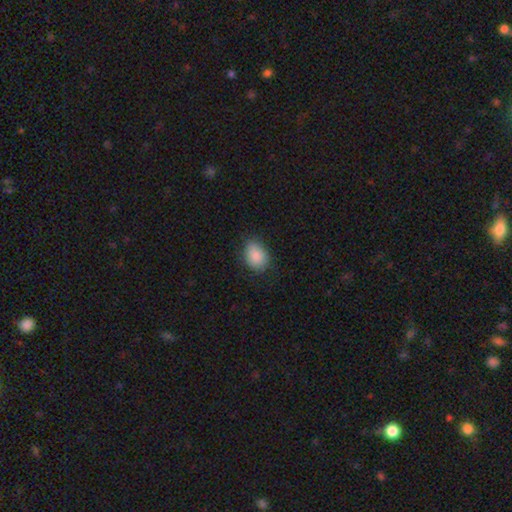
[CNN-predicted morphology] Smooth or featured: smooth — 87% (star or artifact — 8%)
How rounded: in between — 71% (round — 28%)
Merging: none — 79% (minor disturbance — 17%)